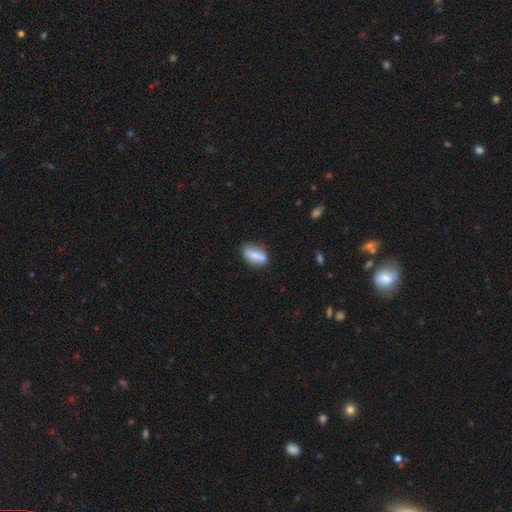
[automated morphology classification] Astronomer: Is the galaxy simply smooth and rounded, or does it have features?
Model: smooth — 68%.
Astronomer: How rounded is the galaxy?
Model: in between — 79%.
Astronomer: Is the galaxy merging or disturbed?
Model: none — 60%.